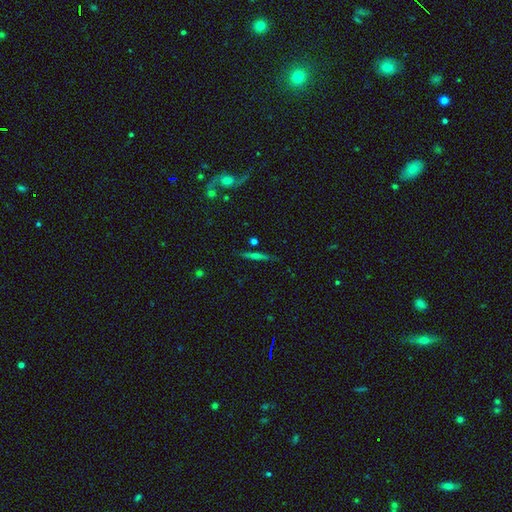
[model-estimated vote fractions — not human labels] This is possibly a featured or disk galaxy (53%). It is clearly viewed edge-on (94%). Merging: clearly none (85%).